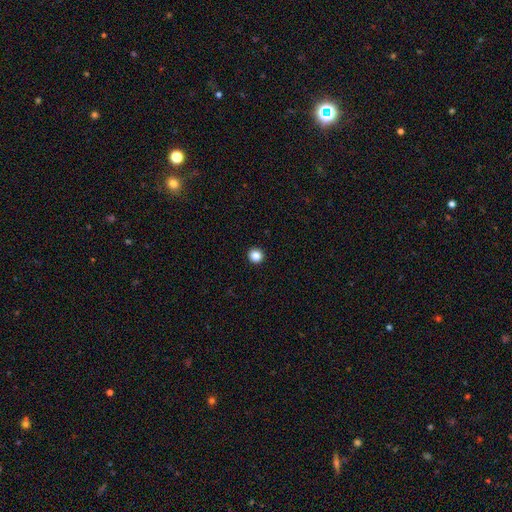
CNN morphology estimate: Smooth or featured? Predicted: smooth (p=0.87). How rounded? Predicted: round (p=0.94). Merging? Predicted: none (p=0.94).